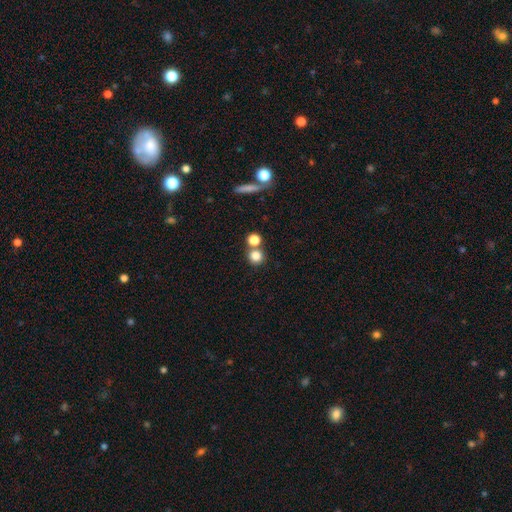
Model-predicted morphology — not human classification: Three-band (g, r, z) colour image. It shows a smooth galaxy with no disk features (80%) that is round (90%). Merging: none (62%).